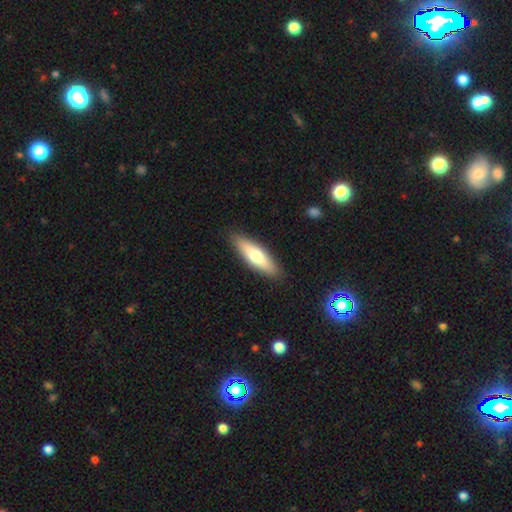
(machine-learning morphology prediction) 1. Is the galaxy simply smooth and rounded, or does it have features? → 64% smooth, 31% featured or disk, 5% star or artifact.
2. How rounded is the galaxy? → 57% cigar-shaped, 41% in between, 2% round.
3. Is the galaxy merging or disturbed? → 89% none, 8% minor disturbance, 2% major disturbance, 1% merger.